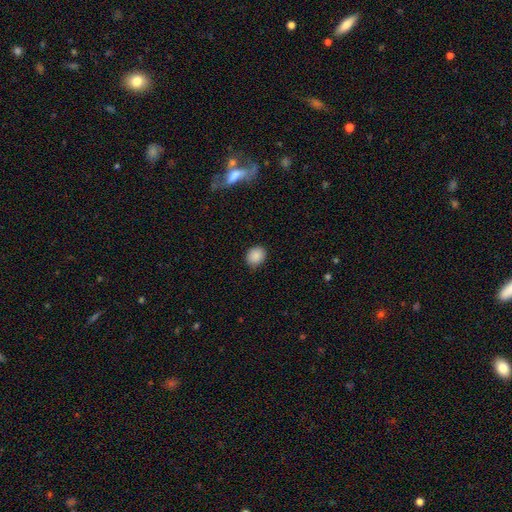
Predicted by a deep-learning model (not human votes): smooth-or-featured: smooth: 88% | star or artifact: 9% | featured or disk: 4%
  how-rounded: round: 65% | in between: 34% | cigar-shaped: 1%
  merging: none: 85% | minor disturbance: 12% | major disturbance: 2% | merger: 1%